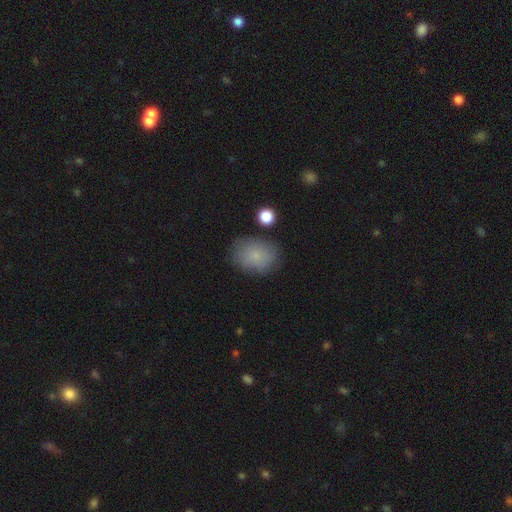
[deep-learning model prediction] The model was most divided on "how rounded": in between: 70%, round: 29%, cigar-shaped: 1%. More confident: smooth or featured — smooth (81%); merging — none (77%).